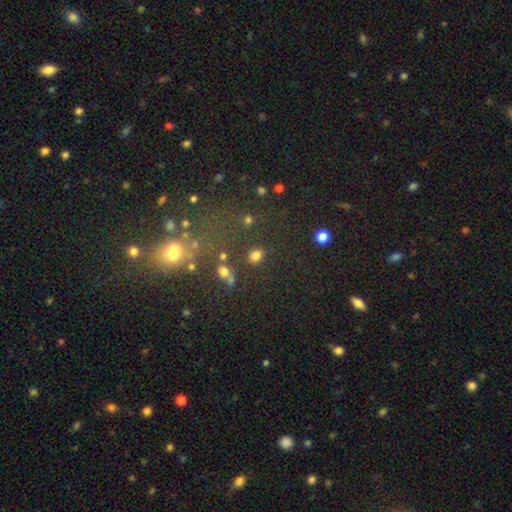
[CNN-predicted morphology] A smooth galaxy with no disk features (79%) that is round (56%). Merging: none (80%).